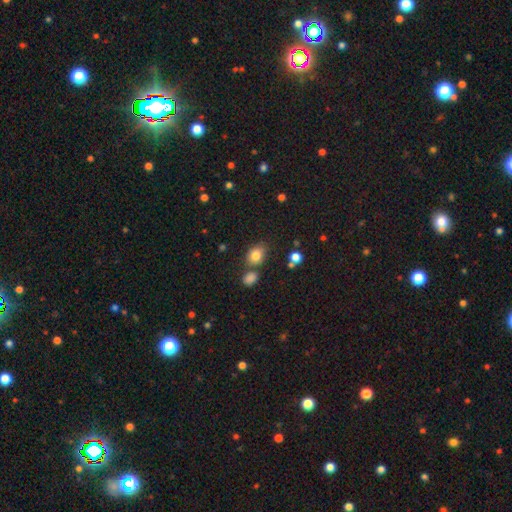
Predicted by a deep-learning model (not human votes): smooth-or-featured: smooth: 82% | star or artifact: 11% | featured or disk: 8%
  how-rounded: in between: 62% | round: 37% | cigar-shaped: 1%
  merging: none: 68% | minor disturbance: 14% | merger: 14% | major disturbance: 4%